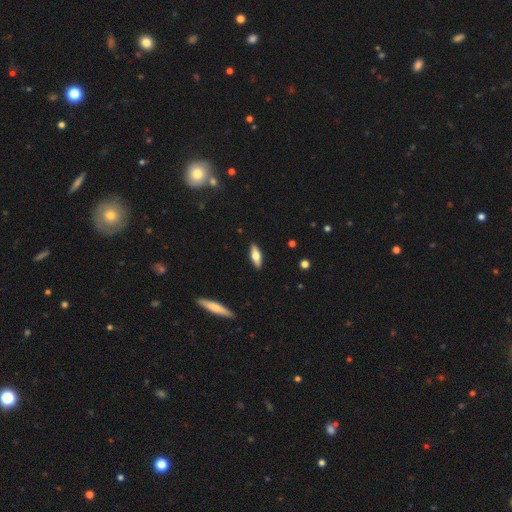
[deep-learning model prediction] smooth_or_featured: smooth (p=0.57) [alt: featured or disk p=0.37]
how_rounded: in between (p=0.56) [alt: cigar-shaped p=0.42]
merging: none (p=0.89) [alt: minor disturbance p=0.08]